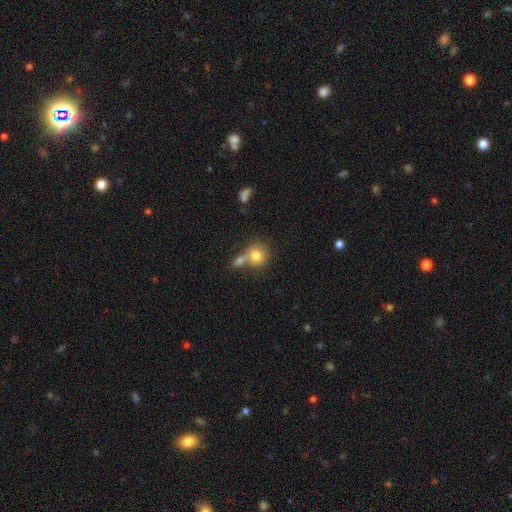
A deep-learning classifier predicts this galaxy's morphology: type=smooth (78%); roundness=round (82%); merging=merger (43%).